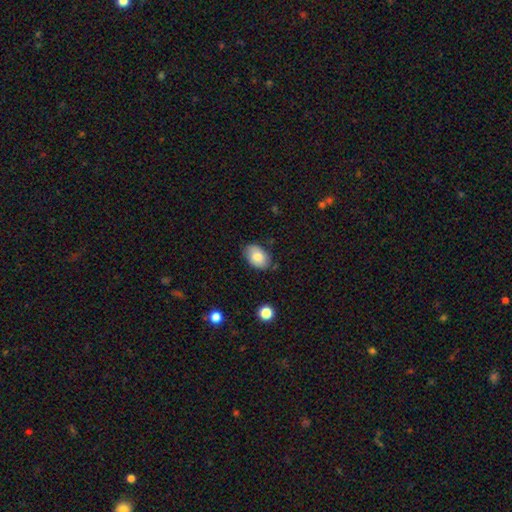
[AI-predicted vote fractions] smooth_or_featured: smooth (p=0.80) [alt: featured or disk p=0.13]
how_rounded: in between (p=0.87) [alt: round p=0.12]
merging: none (p=0.77) [alt: minor disturbance p=0.18]